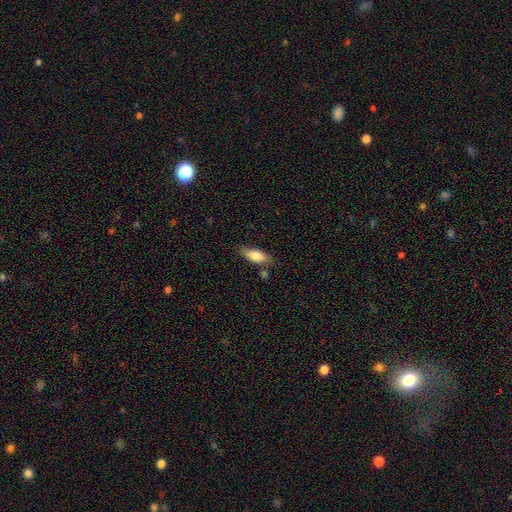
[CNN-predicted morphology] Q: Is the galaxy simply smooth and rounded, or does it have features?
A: smooth — 78%.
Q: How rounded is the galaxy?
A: in between — 76%.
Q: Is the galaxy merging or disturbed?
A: none — 73%.